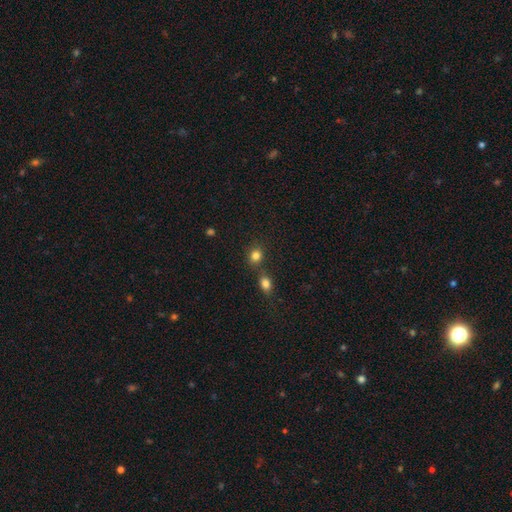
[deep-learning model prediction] smooth-or-featured: smooth: 81% | star or artifact: 12% | featured or disk: 6%
  how-rounded: round: 73% | in between: 26% | cigar-shaped: 1%
  merging: none: 61% | merger: 26% | minor disturbance: 9% | major disturbance: 3%